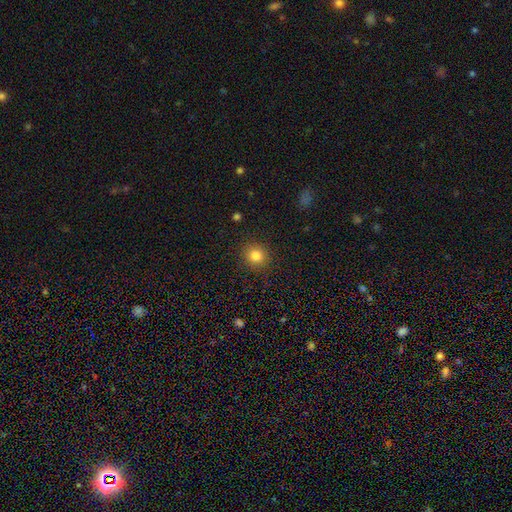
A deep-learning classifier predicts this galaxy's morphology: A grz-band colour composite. It shows a smooth galaxy with no disk features (82%) that is round (90%). Merging: none (91%).